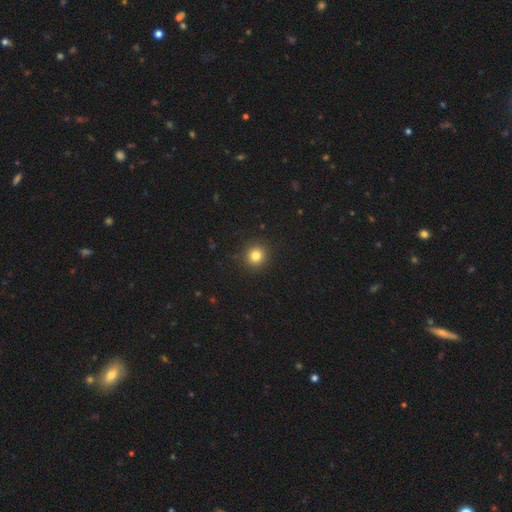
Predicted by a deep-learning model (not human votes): Smooth or featured? smooth (82%)
How rounded? round (92%)
Merging? none (91%)